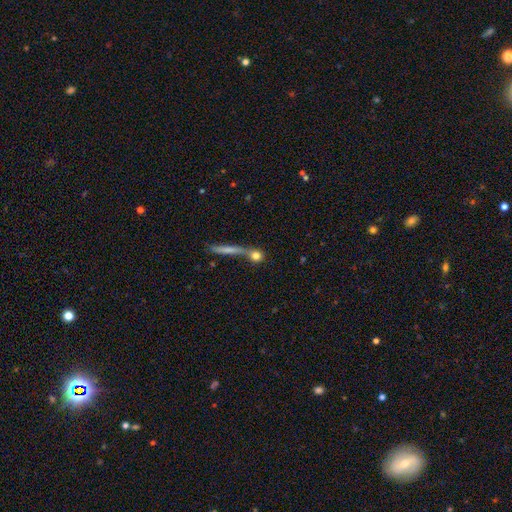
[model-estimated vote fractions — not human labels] The model was most divided on "merging": none: 53%, merger: 30%, minor disturbance: 10%, major disturbance: 7%. More confident: smooth or featured — smooth (76%); how rounded — round (72%).